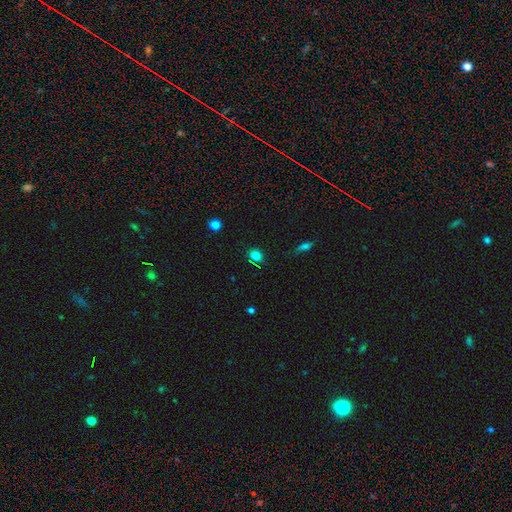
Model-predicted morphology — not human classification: Smooth or featured: smooth — 77% (star or artifact — 17%)
How rounded: round — 59% (in between — 39%)
Merging: none — 82% (minor disturbance — 12%)